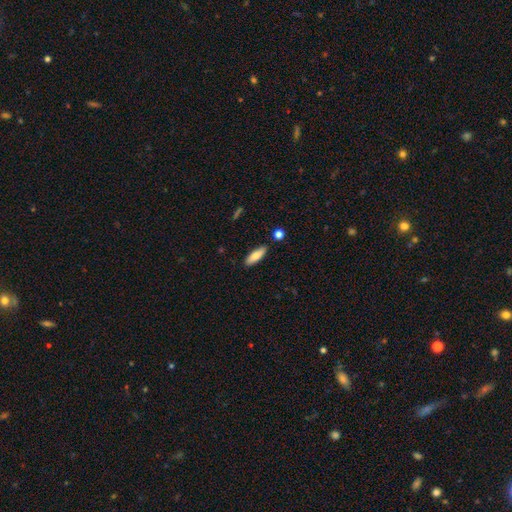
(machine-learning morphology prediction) Q: Smooth or featured?
A: smooth (80%); runner-up: featured or disk (14%)
Q: How rounded?
A: in between (55%); runner-up: cigar-shaped (43%)
Q: Merging?
A: none (85%); runner-up: minor disturbance (10%)